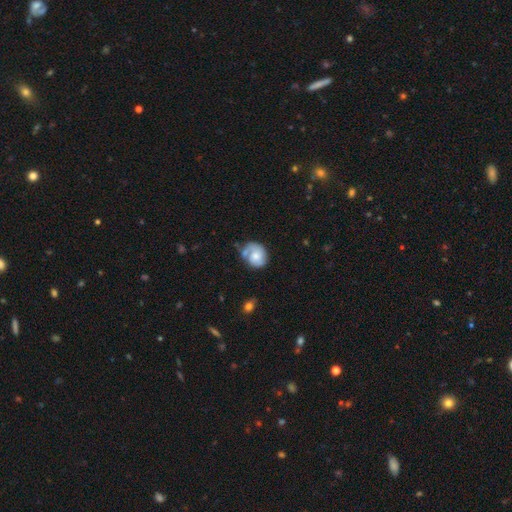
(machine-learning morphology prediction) Smooth or featured? smooth (50%)
Merging? none (43%)